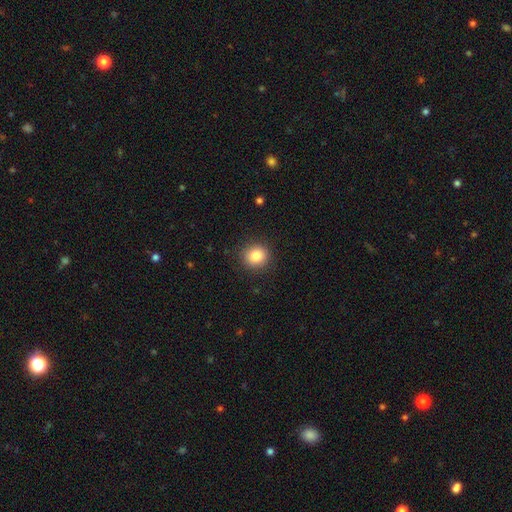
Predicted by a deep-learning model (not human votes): A smooth galaxy with no disk features (83%) that is round (89%). Merging: none (90%).